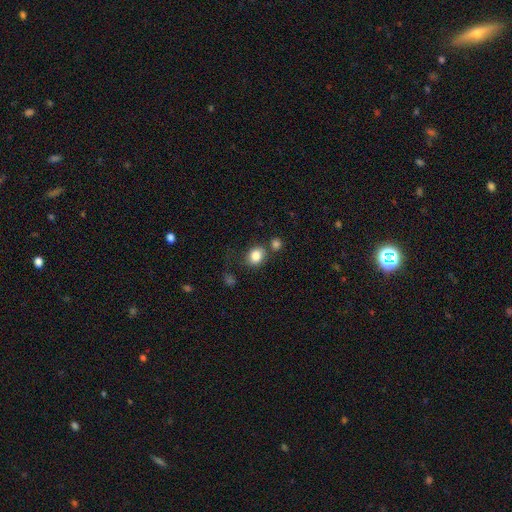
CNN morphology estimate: This appears to be a smooth galaxy with no disk features (84%) that is round (51%). Merging: none (62%).